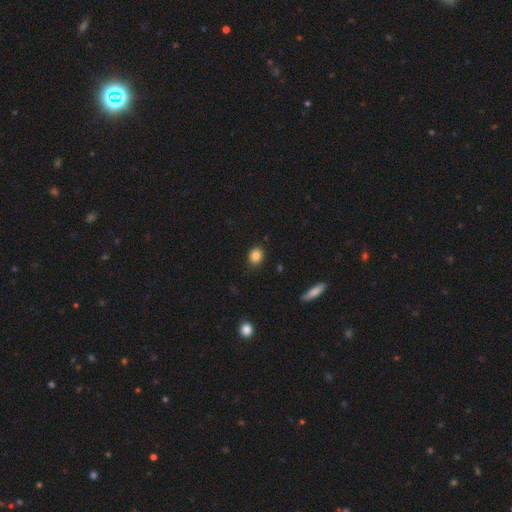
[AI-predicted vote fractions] Overall: smooth (86%). How rounded: round (67%; in between 32%). Merging: none (87%).